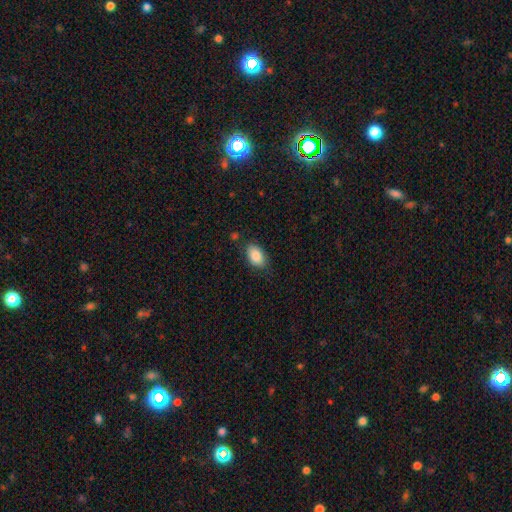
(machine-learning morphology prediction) Q: Smooth or featured?
A: smooth (87%); runner-up: star or artifact (7%)
Q: How rounded?
A: in between (91%); runner-up: round (7%)
Q: Merging?
A: none (77%); runner-up: minor disturbance (17%)